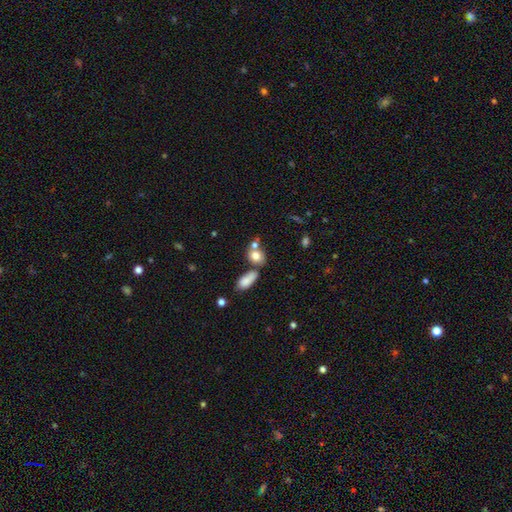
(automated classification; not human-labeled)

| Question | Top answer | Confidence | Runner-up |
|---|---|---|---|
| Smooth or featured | smooth | 77% | featured or disk (12%) |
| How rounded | round | 57% | in between (40%) |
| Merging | none | 46% | merger (37%) |